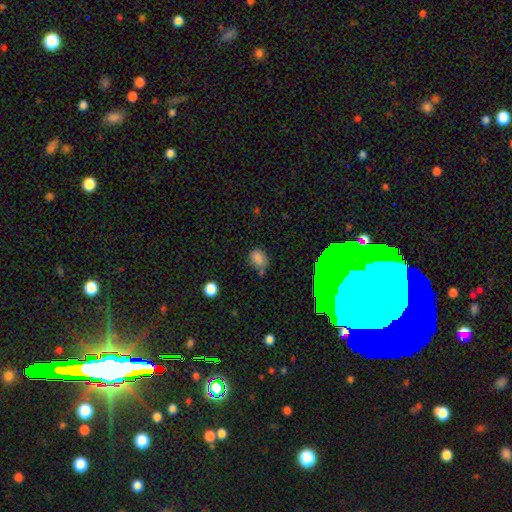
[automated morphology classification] Smooth or featured? Predicted: smooth (p=0.70). How rounded? Predicted: in between (p=0.54). Merging? Predicted: none (p=0.65).